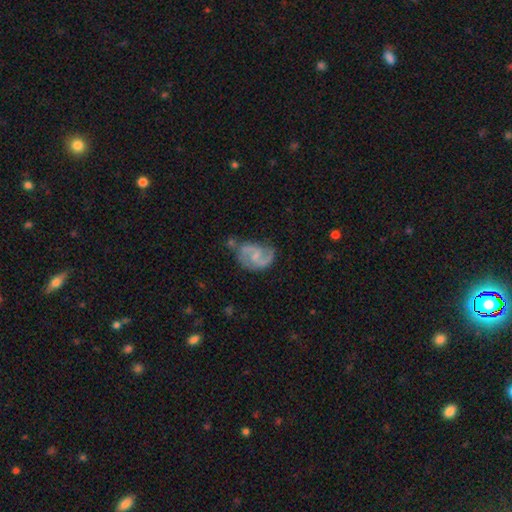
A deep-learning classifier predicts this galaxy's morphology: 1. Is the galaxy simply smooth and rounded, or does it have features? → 83% featured or disk, 12% smooth, 6% star or artifact.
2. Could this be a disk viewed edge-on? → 98% no, 2% yes.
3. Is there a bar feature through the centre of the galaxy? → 50% weak, 39% no, 11% strong.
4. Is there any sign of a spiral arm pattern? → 95% yes, 5% no.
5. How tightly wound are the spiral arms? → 54% medium, 30% loose, 16% tight.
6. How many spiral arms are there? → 89% 2, 4% can't tell, 4% 1, 1% 3, 1% 4, 1% more than 4.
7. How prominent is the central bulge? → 47% small, 30% none, 20% moderate, 2% large, 1% dominant.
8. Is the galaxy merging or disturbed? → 59% none, 24% minor disturbance, 10% major disturbance, 7% merger.